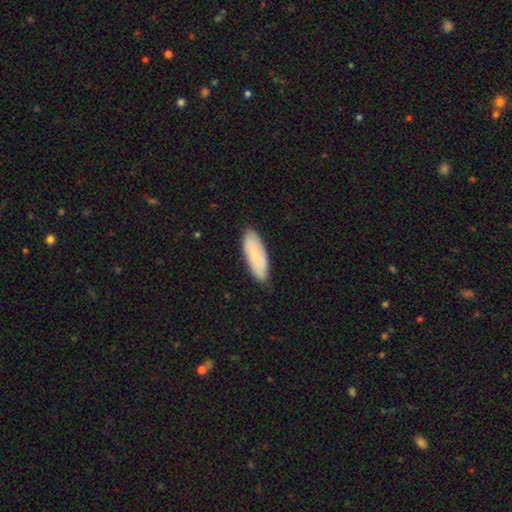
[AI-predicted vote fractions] This appears to be a smooth galaxy with no disk features (76%) that is in between round and cigar-shaped (67%). Merging: none (79%).